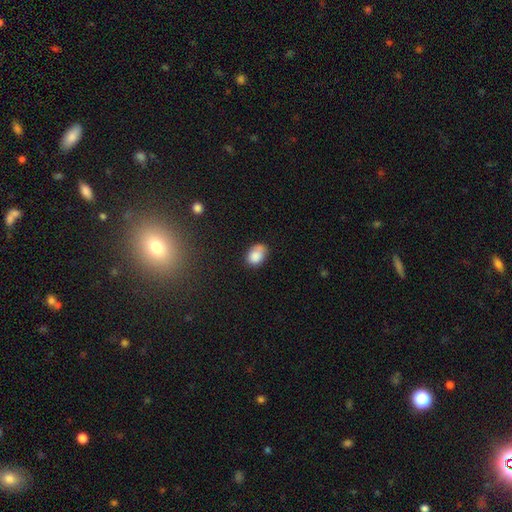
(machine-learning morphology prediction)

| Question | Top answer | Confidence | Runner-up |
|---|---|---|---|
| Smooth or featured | smooth | 84% | star or artifact (8%) |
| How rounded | in between | 79% | round (20%) |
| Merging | none | 60% | minor disturbance (29%) |